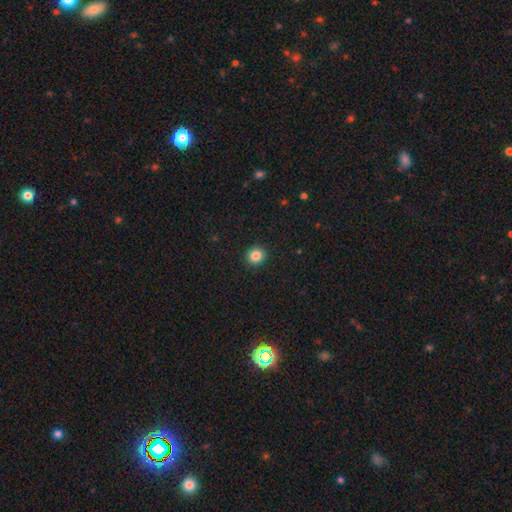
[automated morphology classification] smooth_or_featured: smooth (p=0.85) [alt: star or artifact p=0.11]
how_rounded: round (p=0.89) [alt: in between p=0.11]
merging: none (p=0.92) [alt: minor disturbance p=0.05]